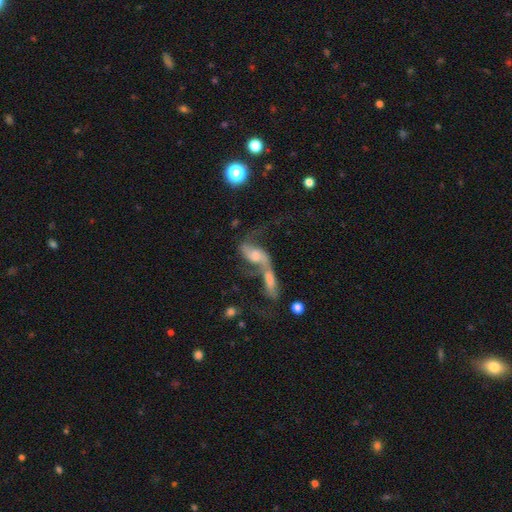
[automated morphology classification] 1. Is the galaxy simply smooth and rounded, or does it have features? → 53% featured or disk, 27% smooth, 20% star or artifact.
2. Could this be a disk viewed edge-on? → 81% no, 19% yes.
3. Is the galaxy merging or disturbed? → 58% merger, 20% none, 13% major disturbance, 9% minor disturbance.